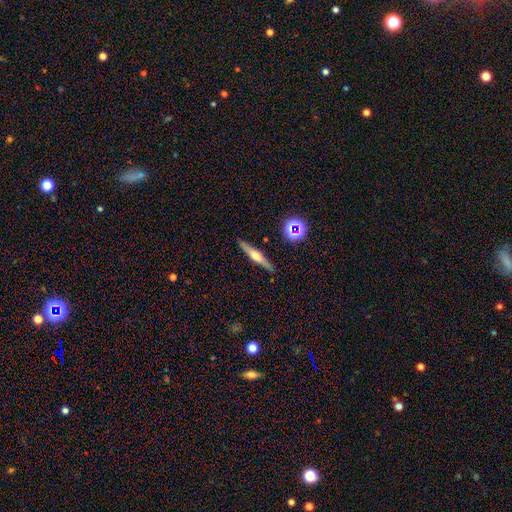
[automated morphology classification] Smooth or featured?
  - featured or disk: 61% *
  - smooth: 30%
  - star or artifact: 8%
Edge-on disk?
  - yes: 95% *
  - no: 5%
Edge-on bulge?
  - rounded: 90% *
  - boxy: 5%
  - none: 5%
Merging?
  - none: 89% *
  - minor disturbance: 7%
  - major disturbance: 2%
  - merger: 2%